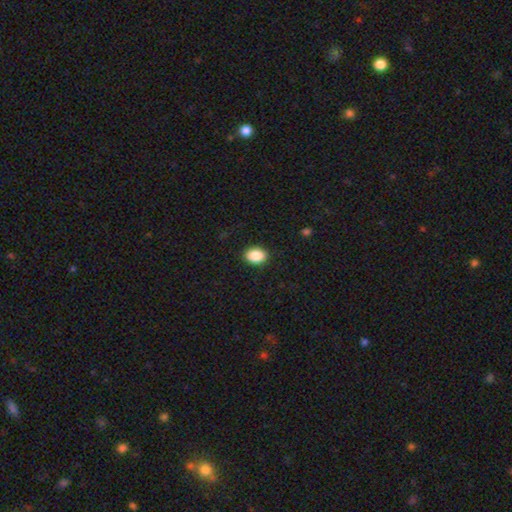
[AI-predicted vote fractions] This is clearly a smooth galaxy (88%). How rounded: likely in between (75%). Merging: clearly none (90%).